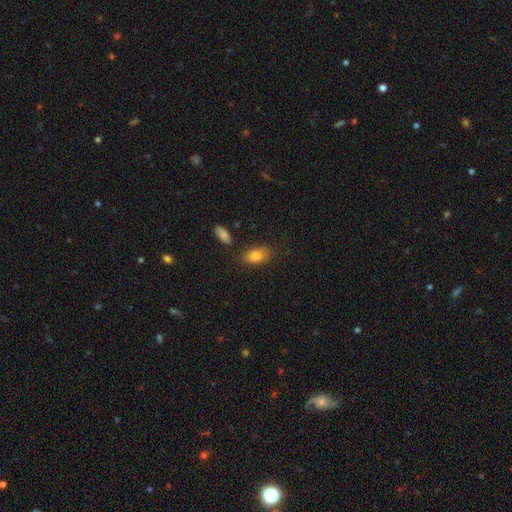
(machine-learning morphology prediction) A smooth galaxy with no disk features (84%) that is in between round and cigar-shaped (88%). Merging: none (73%).